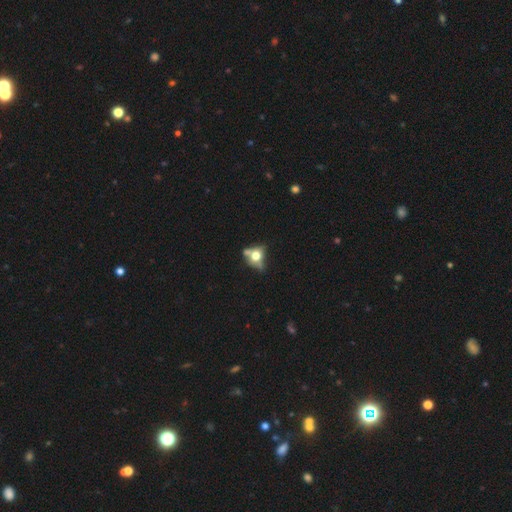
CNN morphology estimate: This appears to be a smooth galaxy with no disk features (55%) that is round (51%). Merging: none (38%).